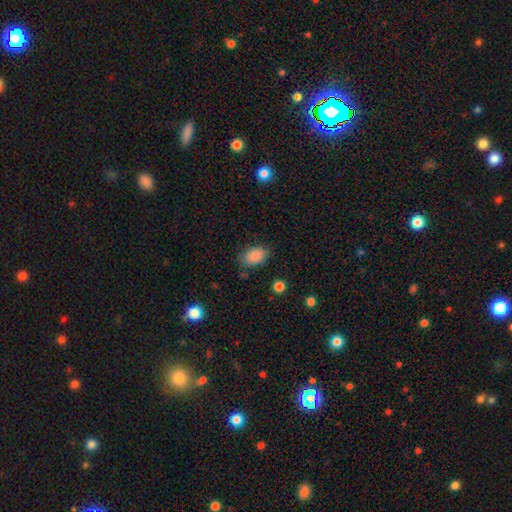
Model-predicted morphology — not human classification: The model was most divided on "merging": none: 78%, minor disturbance: 15%, major disturbance: 4%, merger: 2%. More confident: how rounded — in between (88%); smooth or featured — smooth (87%).